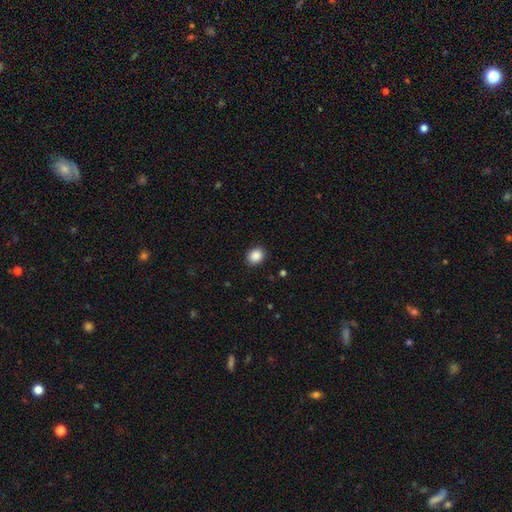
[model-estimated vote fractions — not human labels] smooth 88%, star or artifact 9%, featured or disk 3%. Down the decision tree: how rounded — round (60%); merging — none (90%).